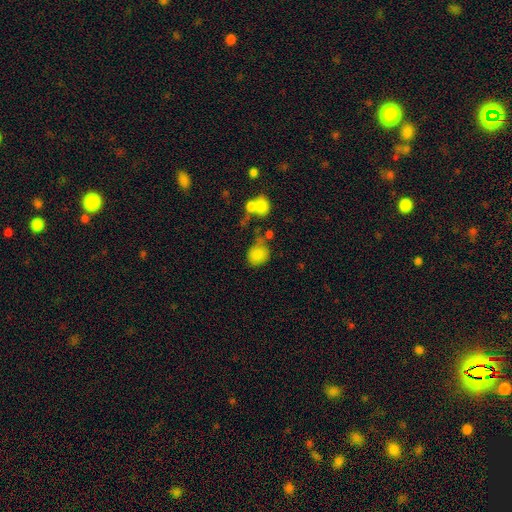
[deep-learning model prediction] Q: Smooth or featured?
A: smooth (81%); runner-up: star or artifact (10%)
Q: How rounded?
A: round (61%); runner-up: in between (38%)
Q: Merging?
A: none (51%); runner-up: minor disturbance (21%)